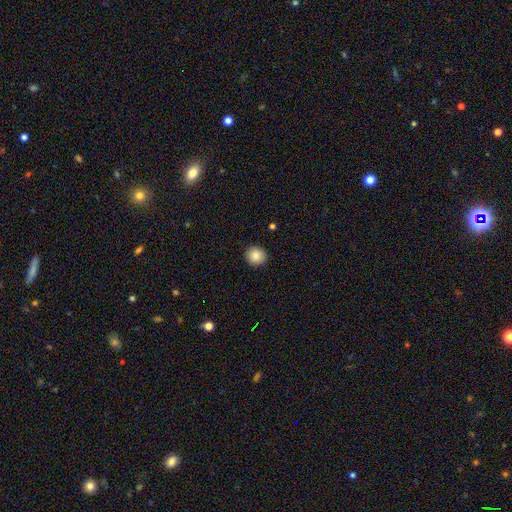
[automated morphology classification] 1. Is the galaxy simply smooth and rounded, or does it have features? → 87% smooth, 9% star or artifact, 4% featured or disk.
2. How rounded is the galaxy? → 91% round, 9% in between, 1% cigar-shaped.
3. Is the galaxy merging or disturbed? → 91% none, 6% minor disturbance, 2% major disturbance, 1% merger.